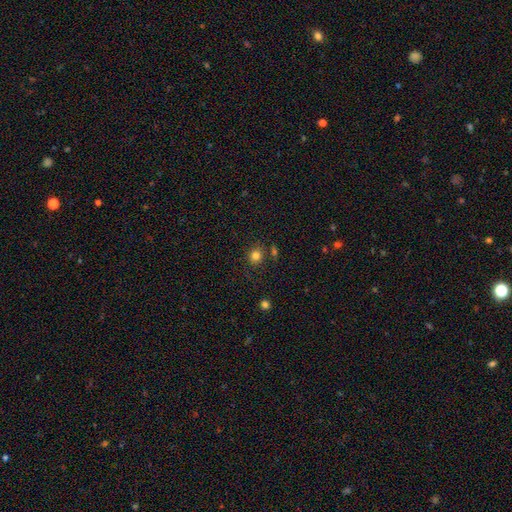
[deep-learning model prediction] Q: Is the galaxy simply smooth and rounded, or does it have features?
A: smooth — 81%.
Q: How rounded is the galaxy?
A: round — 83%.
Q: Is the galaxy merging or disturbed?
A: none — 78%.